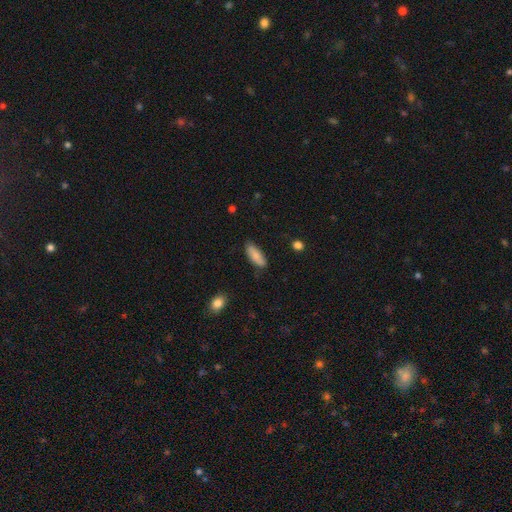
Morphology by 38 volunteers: This is likely a smooth galaxy (79%). How rounded: likely in between (60%). Merging: likely none (76%).